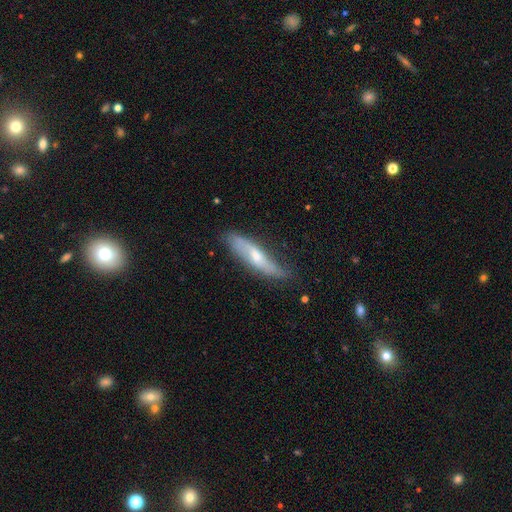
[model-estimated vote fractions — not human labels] The model was most divided on "edge-on disk": yes: 53%, no: 47%. More confident: merging — none (69%); smooth or featured — featured or disk (56%).